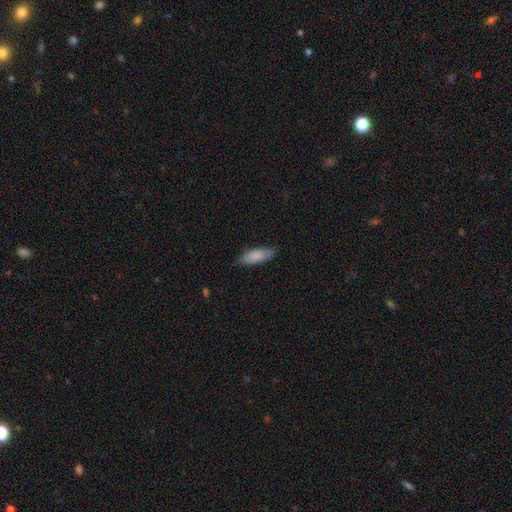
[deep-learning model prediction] This appears to be a smooth galaxy with no disk features (85%) that is in between round and cigar-shaped (64%). Merging: none (80%).